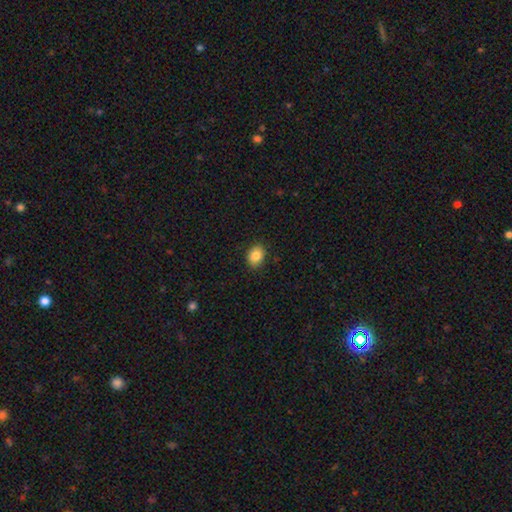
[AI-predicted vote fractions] A smooth galaxy with no disk features (86%) that is in between round and cigar-shaped (69%). Merging: none (88%).